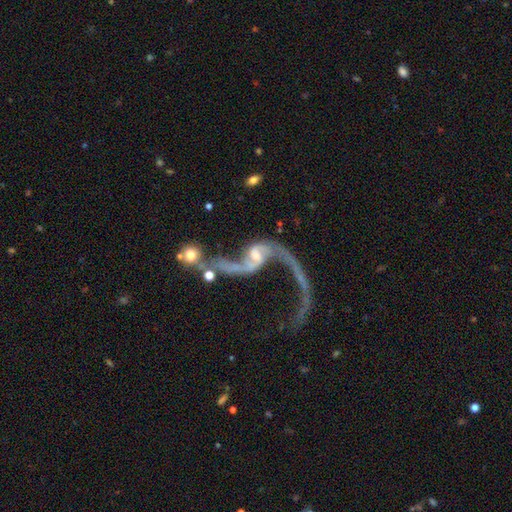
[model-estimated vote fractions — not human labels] featured or disk 88%, star or artifact 6%, smooth 5%. Down the decision tree: edge-on disk — no (95%); bar — weak (41%); spiral arms — yes (92%); spiral arm count — 2 (90%); spiral winding — loose (93%); bulge size — small (45%); merging — none (33%).